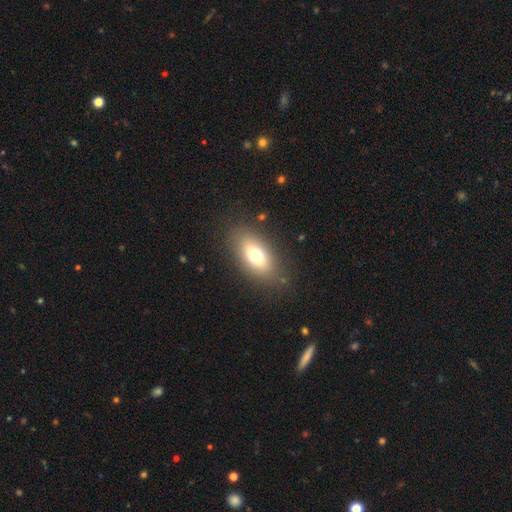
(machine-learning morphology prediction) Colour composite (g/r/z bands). It shows a smooth galaxy with no disk features (71%) that is in between round and cigar-shaped (85%). Merging: none (83%).